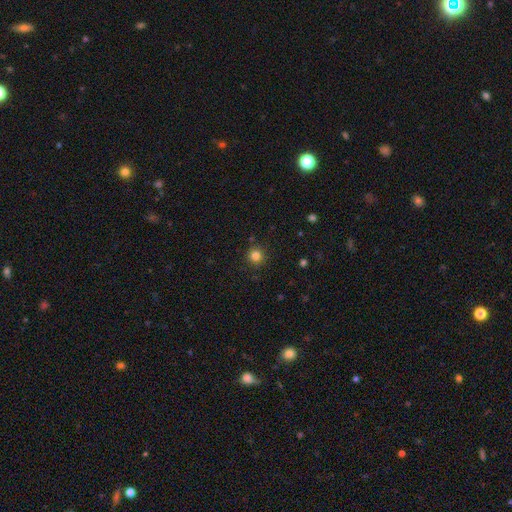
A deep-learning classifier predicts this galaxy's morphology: smooth_or_featured: smooth (p=0.82) [alt: star or artifact p=0.13]
how_rounded: round (p=0.94) [alt: in between p=0.05]
merging: none (p=0.89) [alt: minor disturbance p=0.07]